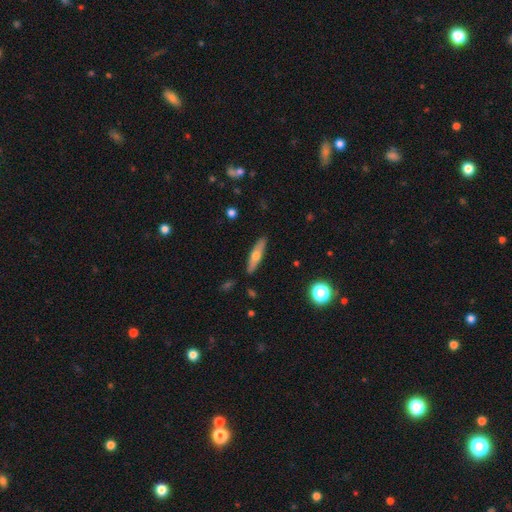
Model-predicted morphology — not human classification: smooth_or_featured: smooth (p=0.53) [alt: featured or disk p=0.40]
how_rounded: cigar-shaped (p=0.73) [alt: in between p=0.24]
merging: none (p=0.89) [alt: minor disturbance p=0.08]